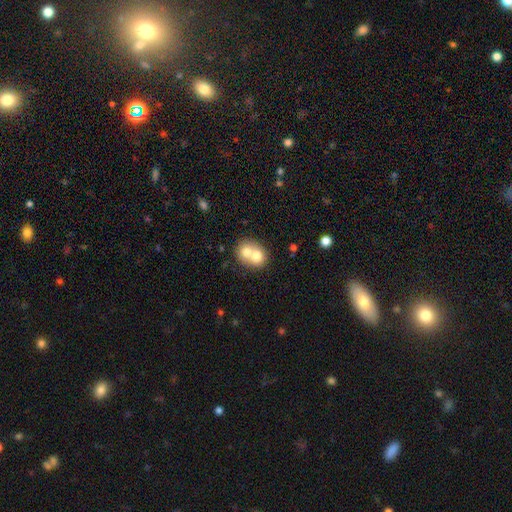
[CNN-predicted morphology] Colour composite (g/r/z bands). It shows a smooth galaxy with no disk features (68%) that is round (68%). Merging: merger (71%).